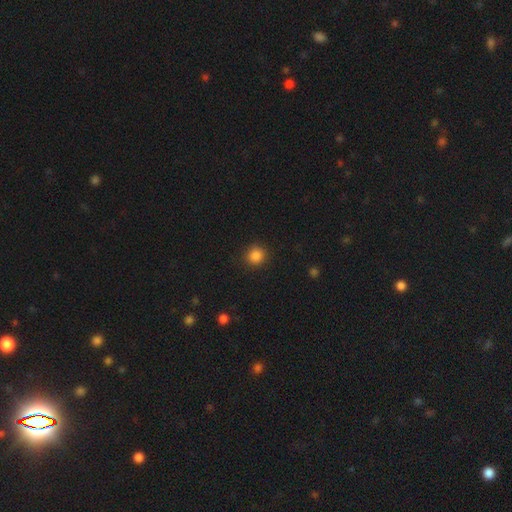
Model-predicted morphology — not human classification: The model was most divided on "smooth or featured": smooth: 85%, star or artifact: 11%, featured or disk: 3%. More confident: how rounded — round (91%); merging — none (90%).